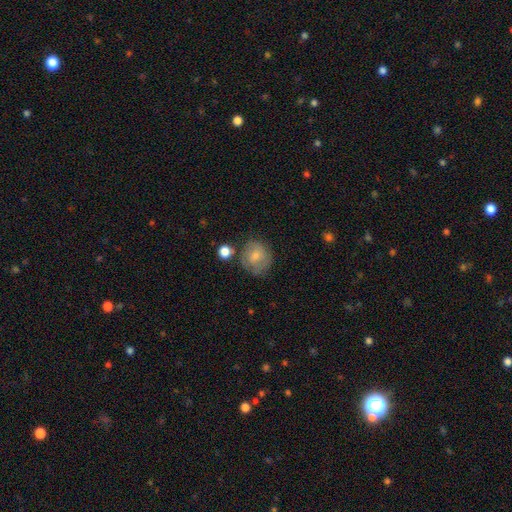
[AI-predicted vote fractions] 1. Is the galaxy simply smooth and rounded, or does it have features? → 65% smooth, 27% featured or disk, 8% star or artifact.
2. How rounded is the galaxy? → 77% round, 22% in between, 1% cigar-shaped.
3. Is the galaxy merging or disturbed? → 60% none, 23% minor disturbance, 9% major disturbance, 8% merger.